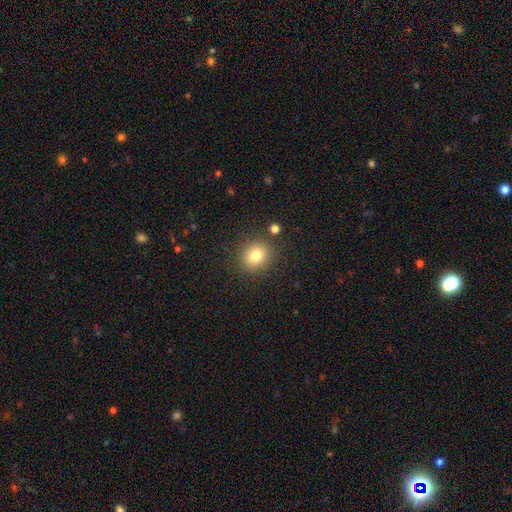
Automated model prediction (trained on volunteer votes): Smooth or featured?
  - smooth: 81% *
  - star or artifact: 12%
  - featured or disk: 8%
How rounded?
  - round: 78% *
  - in between: 22%
  - cigar-shaped: 1%
Merging?
  - none: 86% *
  - minor disturbance: 8%
  - merger: 3%
  - major disturbance: 3%